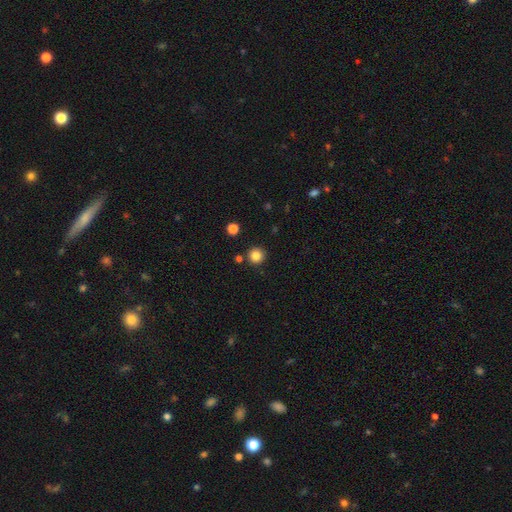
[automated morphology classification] Smooth or featured: smooth — 84% (star or artifact — 11%)
How rounded: round — 95% (in between — 4%)
Merging: none — 88% (minor disturbance — 6%)